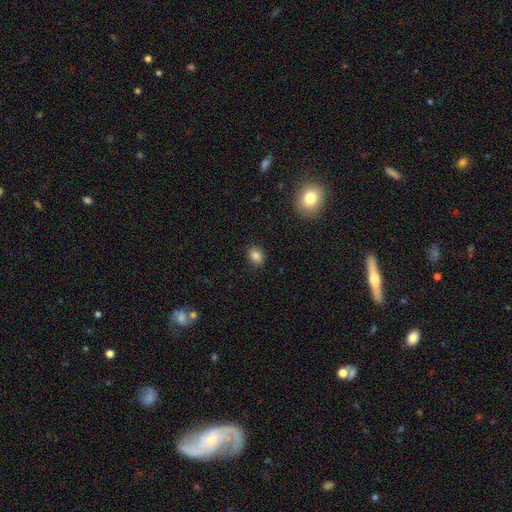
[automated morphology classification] Smooth or featured?
  - smooth: 84% *
  - star or artifact: 10%
  - featured or disk: 6%
How rounded?
  - in between: 62% *
  - round: 37%
  - cigar-shaped: 1%
Merging?
  - none: 89% *
  - minor disturbance: 8%
  - major disturbance: 2%
  - merger: 1%